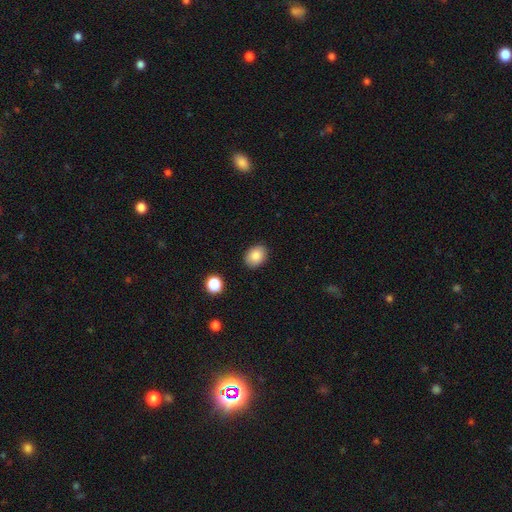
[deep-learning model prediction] A smooth galaxy with no disk features (86%) that is in between round and cigar-shaped (64%). Merging: none (86%).